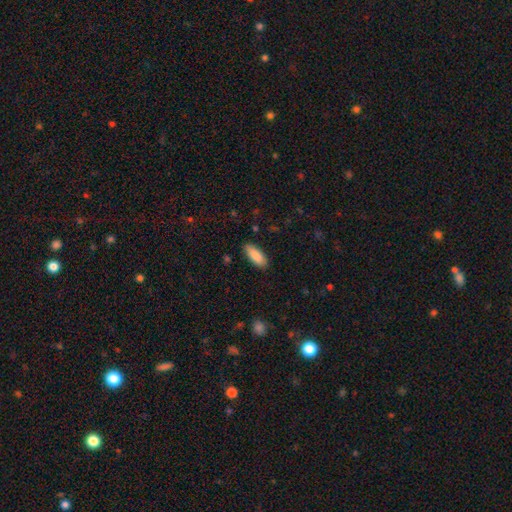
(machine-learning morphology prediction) smooth-or-featured: smooth: 89% | star or artifact: 6% | featured or disk: 5%
  how-rounded: in between: 75% | cigar-shaped: 24% | round: 2%
  merging: none: 87% | minor disturbance: 10% | major disturbance: 2% | merger: 1%